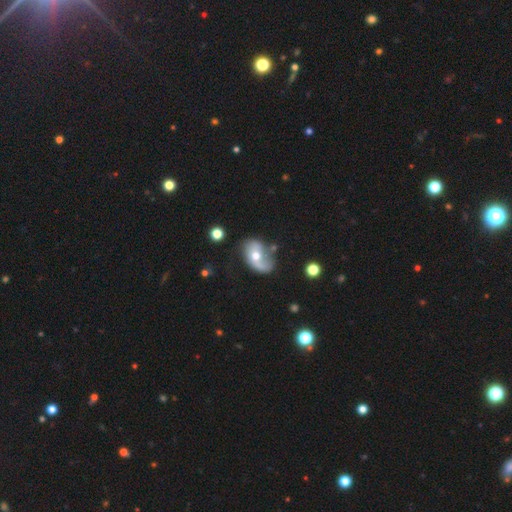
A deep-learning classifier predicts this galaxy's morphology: Smooth or featured? Predicted: featured or disk (p=0.59). Edge-on disk? Predicted: no (p=0.95). Bar? Predicted: no (p=0.66). Spiral arms? Predicted: yes (p=0.69). Bulge size? Predicted: moderate (p=0.71). Merging? Predicted: none (p=0.49).